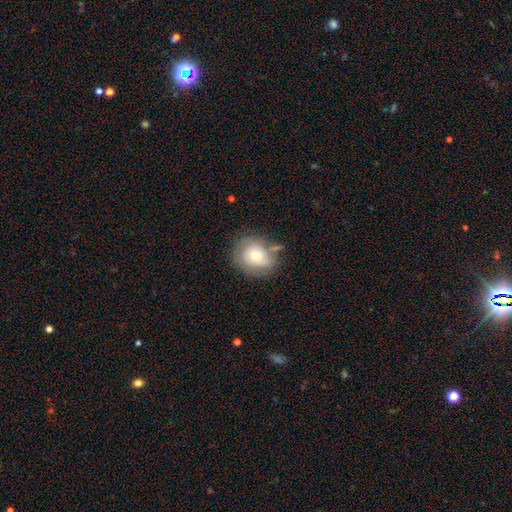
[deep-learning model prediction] The model was most divided on "smooth or featured": smooth: 57%, featured or disk: 35%, star or artifact: 8%. More confident: how rounded — round (63%); merging — none (61%).